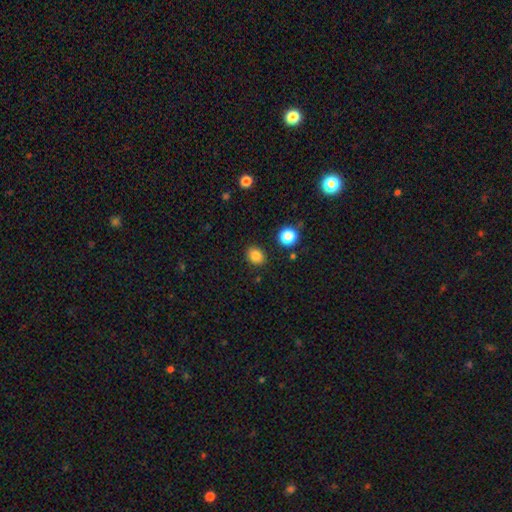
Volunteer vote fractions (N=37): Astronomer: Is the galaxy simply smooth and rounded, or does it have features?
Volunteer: smooth — 89%.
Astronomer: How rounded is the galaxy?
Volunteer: round — 64%.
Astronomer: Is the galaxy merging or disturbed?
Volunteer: none — 71%.